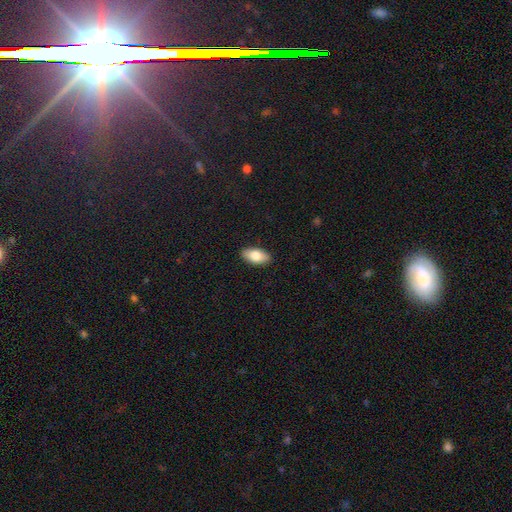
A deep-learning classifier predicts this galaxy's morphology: Smooth or featured: smooth — 80% (featured or disk — 13%)
How rounded: in between — 92% (cigar-shaped — 5%)
Merging: none — 90% (minor disturbance — 8%)